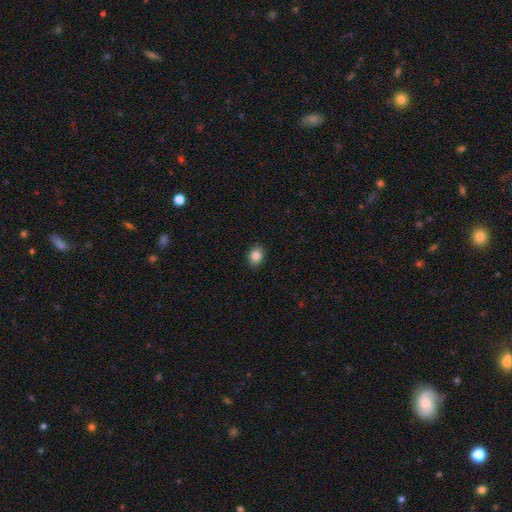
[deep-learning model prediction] Q: Smooth or featured?
A: smooth (85%); runner-up: star or artifact (9%)
Q: How rounded?
A: in between (51%); runner-up: round (48%)
Q: Merging?
A: none (90%); runner-up: minor disturbance (7%)